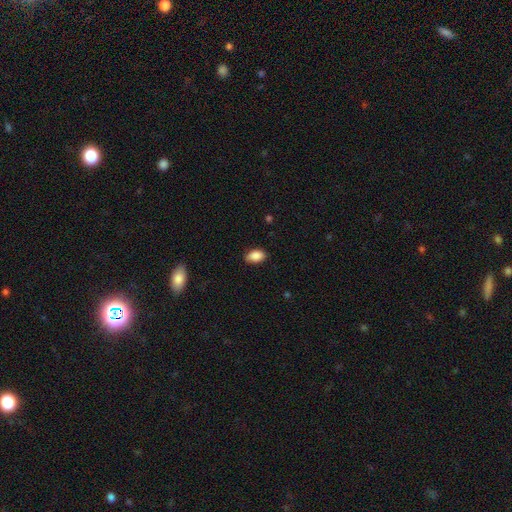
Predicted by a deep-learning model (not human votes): Q: Smooth or featured?
A: smooth (88%); runner-up: star or artifact (7%)
Q: How rounded?
A: in between (90%); runner-up: round (8%)
Q: Merging?
A: none (82%); runner-up: minor disturbance (15%)